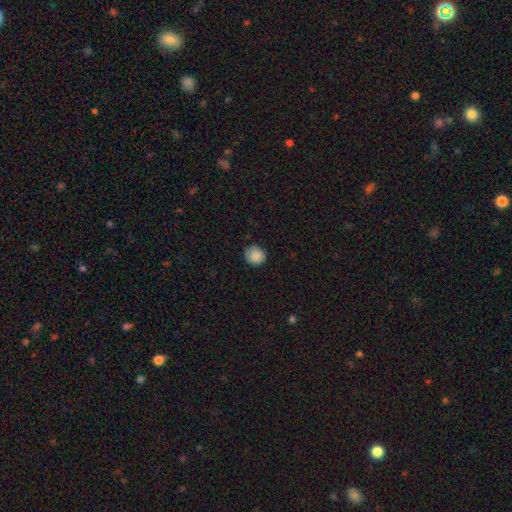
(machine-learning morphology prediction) type=smooth (86%); roundness=round (87%); merging=none (75%).